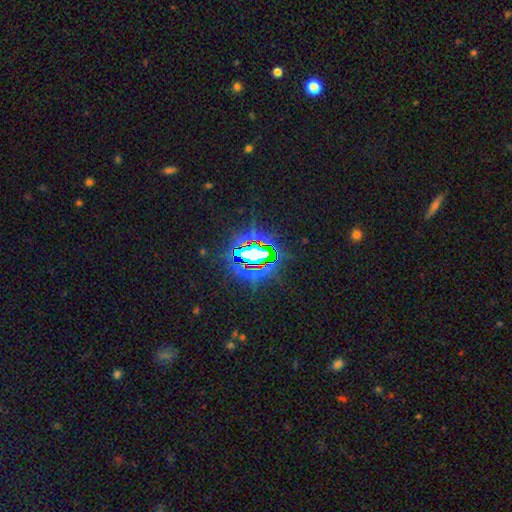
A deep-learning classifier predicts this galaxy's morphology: type=star or artifact (79%).